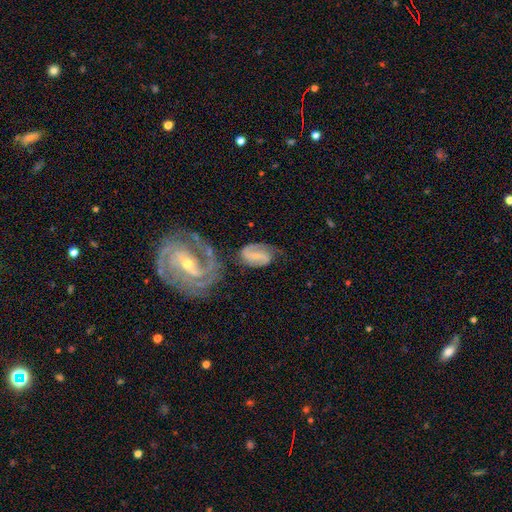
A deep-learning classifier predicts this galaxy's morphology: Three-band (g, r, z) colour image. It shows a featured or disk galaxy (77%) with a weak bar (43%), 2 (88%) medium (49%) spiral arms (94%) and a small central bulge (58%). Merging: none (62%).